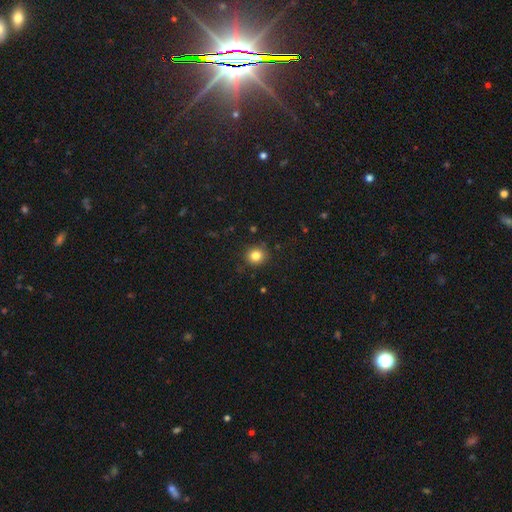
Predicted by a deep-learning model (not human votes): smooth_or_featured: smooth (p=0.83) [alt: star or artifact p=0.11]
how_rounded: round (p=0.89) [alt: in between p=0.10]
merging: none (p=0.88) [alt: minor disturbance p=0.08]